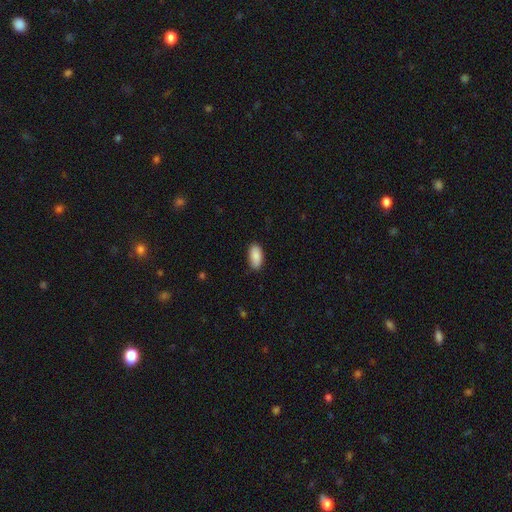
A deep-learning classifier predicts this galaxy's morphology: smooth-or-featured: smooth: 89% | star or artifact: 6% | featured or disk: 5%
  how-rounded: in between: 94% | cigar-shaped: 4% | round: 2%
  merging: none: 84% | minor disturbance: 13% | major disturbance: 2% | merger: 1%